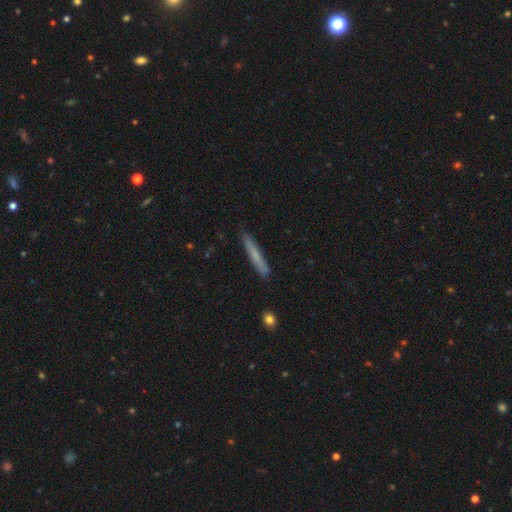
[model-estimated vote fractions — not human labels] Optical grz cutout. It shows a smooth galaxy with no disk features (69%) that is cigar-shaped (96%). Merging: none (88%).